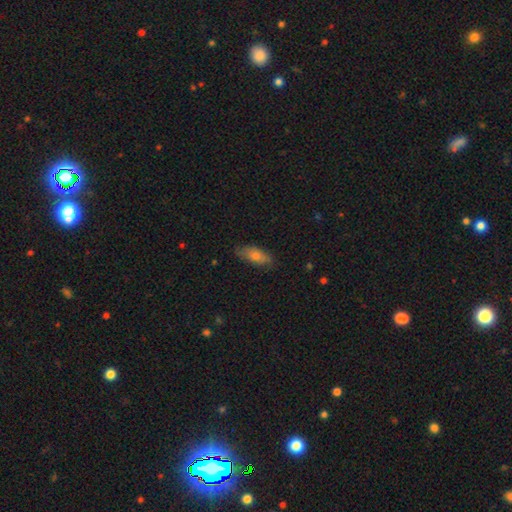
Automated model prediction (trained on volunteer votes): The model was most divided on "smooth or featured": smooth: 68%, featured or disk: 25%, star or artifact: 7%. More confident: merging — none (82%); how rounded — in between (73%).